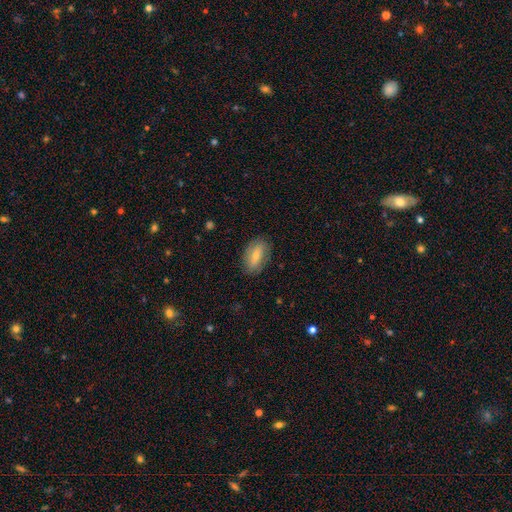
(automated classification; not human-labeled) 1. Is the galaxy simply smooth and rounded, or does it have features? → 61% smooth, 32% featured or disk, 7% star or artifact.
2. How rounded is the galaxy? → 87% in between, 7% cigar-shaped, 6% round.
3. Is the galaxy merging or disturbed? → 84% none, 12% minor disturbance, 3% major disturbance, 1% merger.